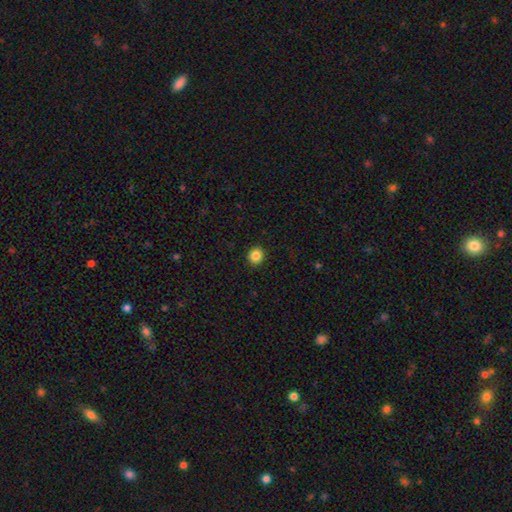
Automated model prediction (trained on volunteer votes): Morphology: type=smooth (86%); roundness=round (84%); merging=none (92%).